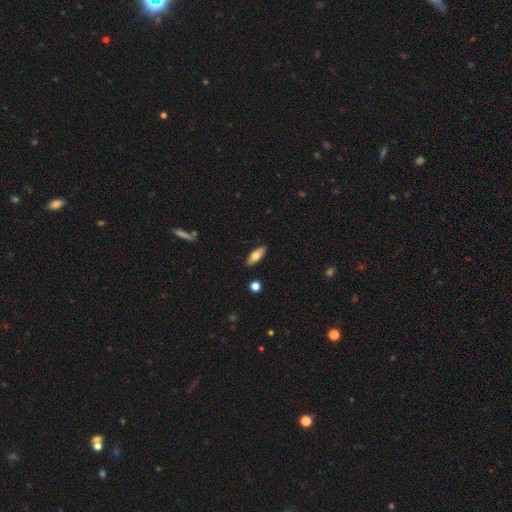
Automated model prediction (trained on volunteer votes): Q: Smooth or featured?
A: smooth (69%); runner-up: featured or disk (24%)
Q: How rounded?
A: in between (76%); runner-up: cigar-shaped (21%)
Q: Merging?
A: none (88%); runner-up: minor disturbance (9%)